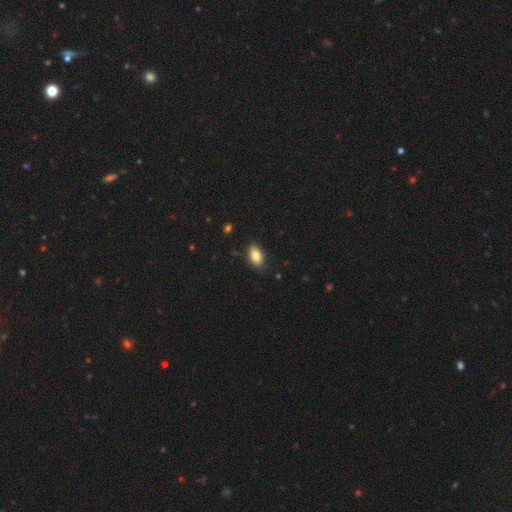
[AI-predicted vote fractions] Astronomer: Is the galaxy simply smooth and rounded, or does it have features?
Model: smooth — 85%.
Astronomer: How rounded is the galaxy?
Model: in between — 91%.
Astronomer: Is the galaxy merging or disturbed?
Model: none — 88%.